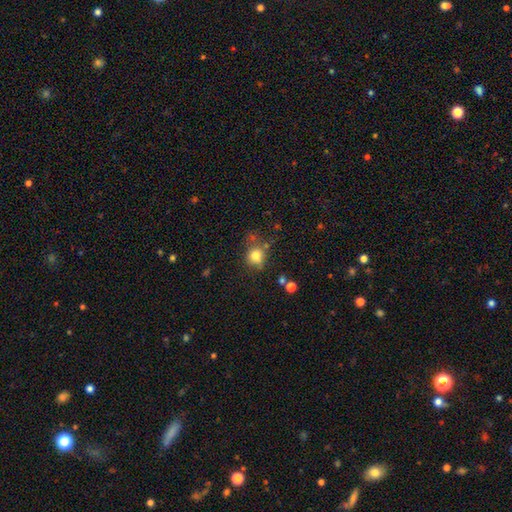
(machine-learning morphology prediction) type=smooth (79%); roundness=round (76%); merging=none (59%).